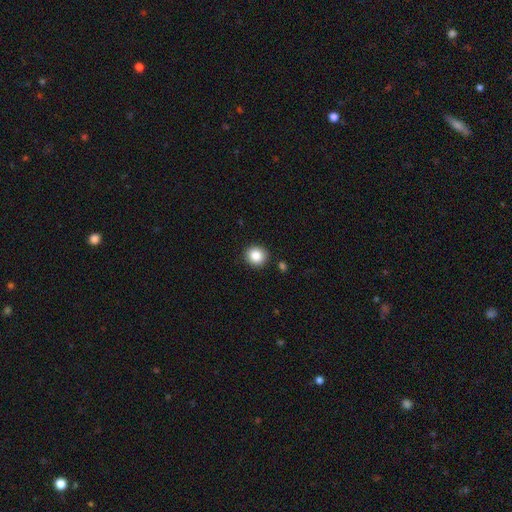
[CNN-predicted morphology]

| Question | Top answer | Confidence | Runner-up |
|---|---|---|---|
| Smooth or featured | smooth | 86% | star or artifact (9%) |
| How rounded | round | 87% | in between (12%) |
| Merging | none | 89% | minor disturbance (7%) |